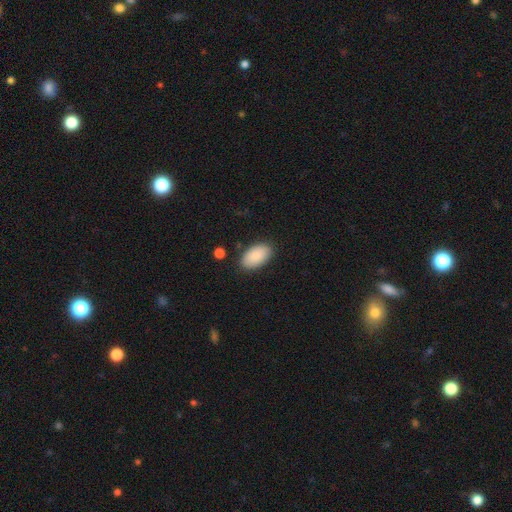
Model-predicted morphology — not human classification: smooth 88%, star or artifact 6%, featured or disk 5%. Down the decision tree: how rounded — in between (95%); merging — none (85%).